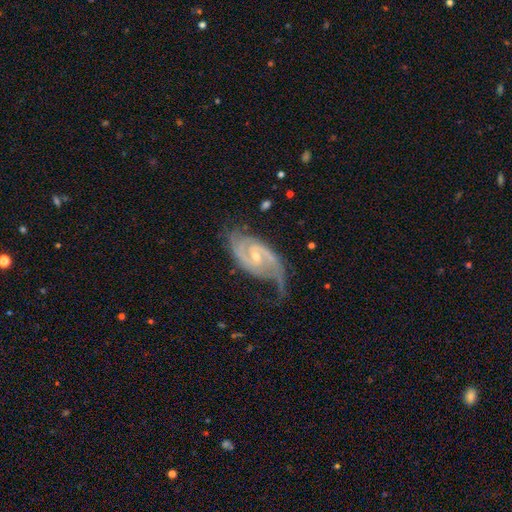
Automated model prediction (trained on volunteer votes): featured or disk 89%, star or artifact 6%, smooth 5%. Down the decision tree: edge-on disk — no (96%); bar — weak (50%); spiral arms — yes (98%); spiral arm count — 2 (80%); spiral winding — medium (49%); bulge size — small (64%); merging — none (59%).